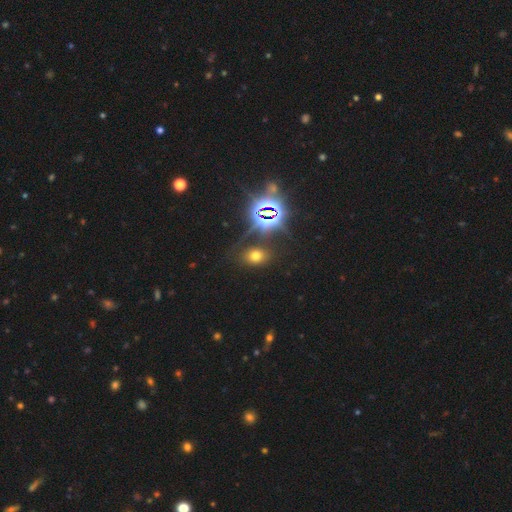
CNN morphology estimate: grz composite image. It shows a smooth galaxy with no disk features (53%) that is in between round and cigar-shaped (64%). Merging: none (80%).